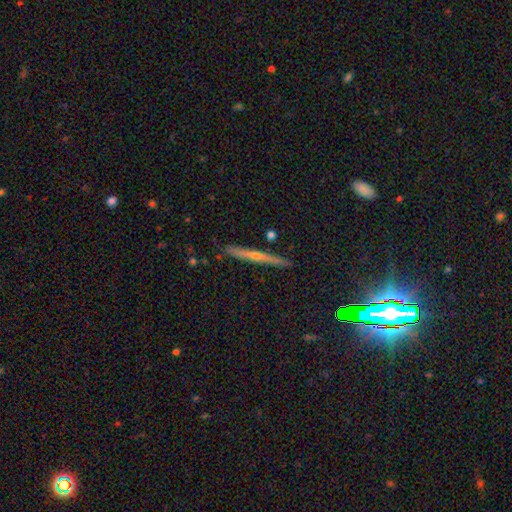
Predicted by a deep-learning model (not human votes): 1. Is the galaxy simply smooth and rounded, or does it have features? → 57% featured or disk, 34% smooth, 9% star or artifact.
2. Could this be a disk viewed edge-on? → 96% yes, 4% no.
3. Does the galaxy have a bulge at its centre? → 51% rounded, 45% none, 4% boxy.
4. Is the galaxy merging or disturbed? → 87% none, 9% minor disturbance, 2% merger, 2% major disturbance.